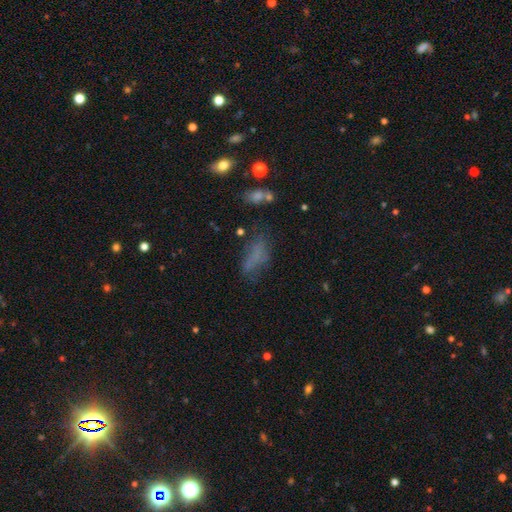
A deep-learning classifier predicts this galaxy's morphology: smooth_or_featured: smooth (p=0.58) [alt: featured or disk p=0.22]
how_rounded: in between (p=0.72) [alt: cigar-shaped p=0.23]
merging: none (p=0.48) [alt: minor disturbance p=0.24]